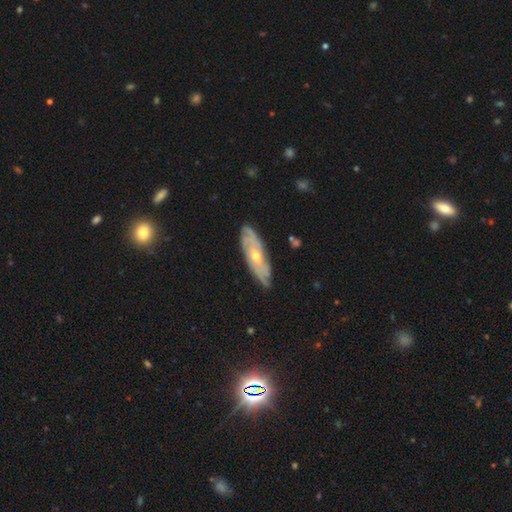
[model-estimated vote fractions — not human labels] Overall: featured or disk (76%). Edge-on disk: no (76%). Bar: no (75%). Spiral arms: yes (85%). Bulge size: small (49%; moderate 48%). Merging: none (80%).